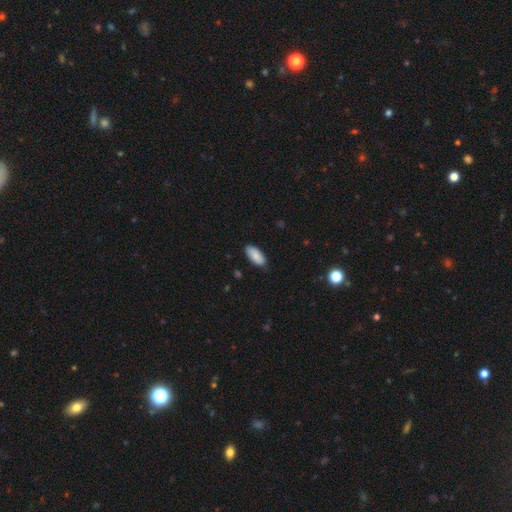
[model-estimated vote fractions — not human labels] This appears to be a smooth galaxy with no disk features (85%) that is in between round and cigar-shaped (90%). Merging: none (80%).